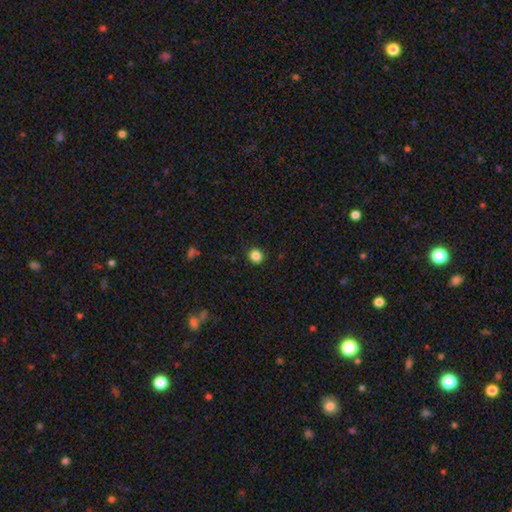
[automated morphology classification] Smooth or featured: smooth — 84% (star or artifact — 11%)
How rounded: round — 91% (in between — 9%)
Merging: none — 91% (minor disturbance — 6%)